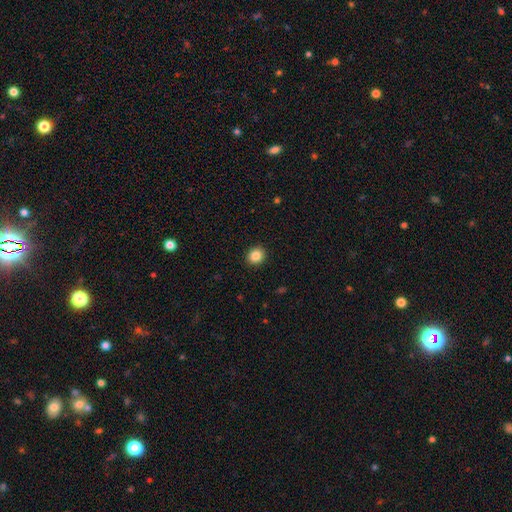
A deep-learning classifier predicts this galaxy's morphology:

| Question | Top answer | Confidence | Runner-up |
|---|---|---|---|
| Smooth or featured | smooth | 86% | star or artifact (10%) |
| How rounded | round | 80% | in between (19%) |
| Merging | none | 92% | minor disturbance (5%) |